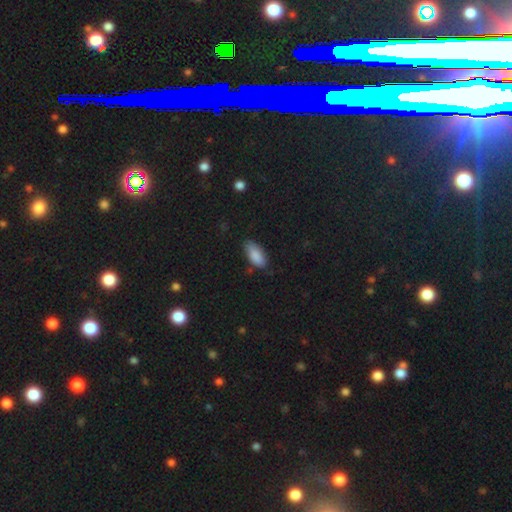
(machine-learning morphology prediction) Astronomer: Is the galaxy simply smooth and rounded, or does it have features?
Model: smooth — 88%.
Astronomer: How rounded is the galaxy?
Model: in between — 89%.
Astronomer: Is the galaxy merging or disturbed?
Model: none — 73%.